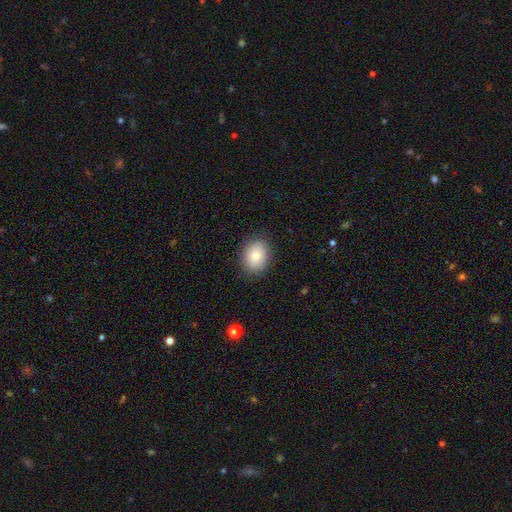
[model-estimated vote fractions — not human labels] smooth 82%, featured or disk 10%, star or artifact 8%. Down the decision tree: how rounded — in between (59%); merging — none (86%).